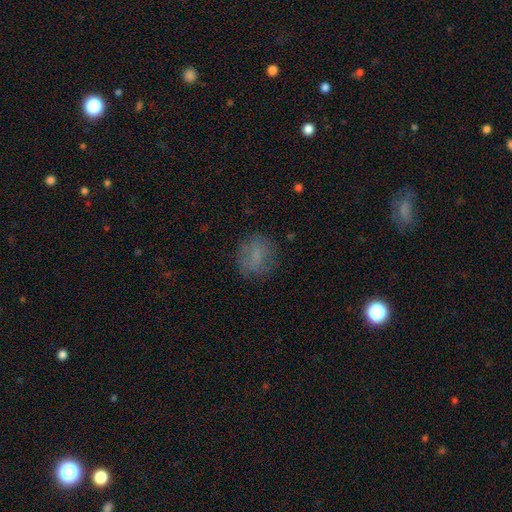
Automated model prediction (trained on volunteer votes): Overall: smooth (67%). How rounded: round (70%). Merging: none (73%).